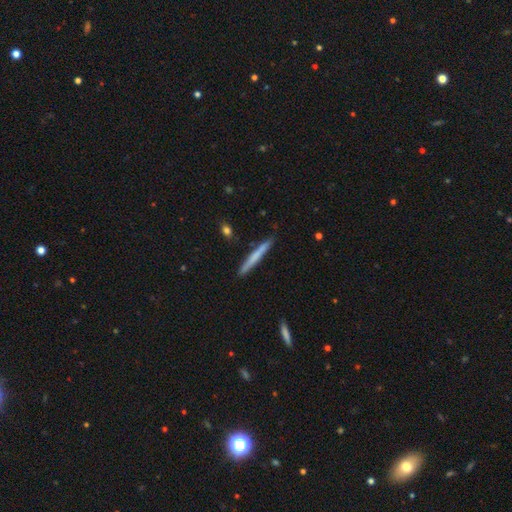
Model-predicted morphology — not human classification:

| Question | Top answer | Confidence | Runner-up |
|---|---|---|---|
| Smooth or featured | smooth | 59% | featured or disk (35%) |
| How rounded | cigar-shaped | 97% | in between (2%) |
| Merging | none | 88% | minor disturbance (9%) |